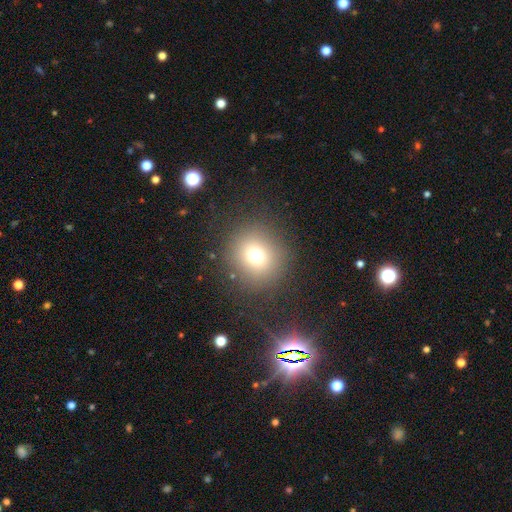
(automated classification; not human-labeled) A smooth galaxy with no disk features (72%) that is round (90%). Merging: none (84%).